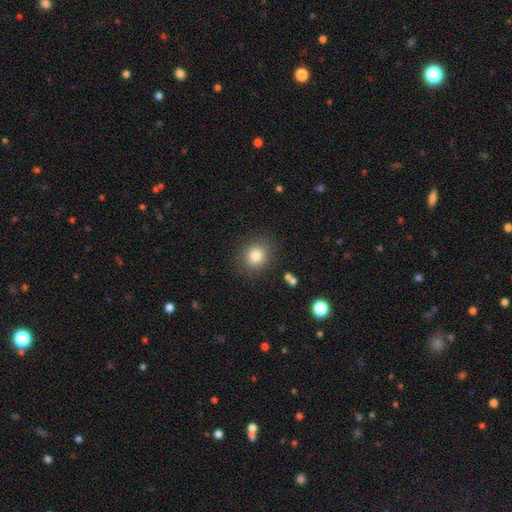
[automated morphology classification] A smooth galaxy with no disk features (81%) that is round (77%).

Vote fractions:
- Smooth or featured? smooth: 81% / star or artifact: 11% / featured or disk: 8%
- How rounded? round: 77% / in between: 22% / cigar-shaped: 1%
- Merging? none: 85% / minor disturbance: 10% / major disturbance: 3% / merger: 2%